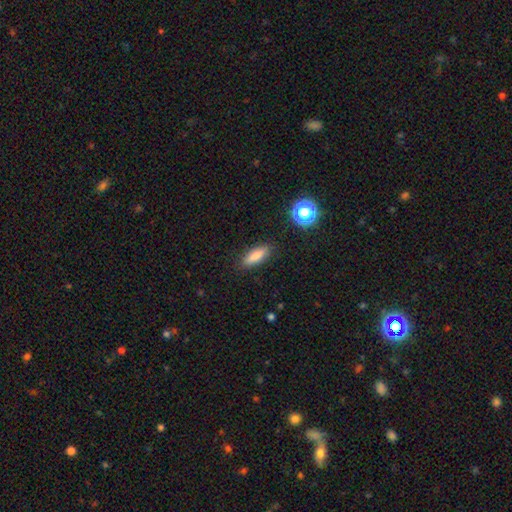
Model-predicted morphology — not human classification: Overall: smooth (78%). How rounded: in between (51%; cigar-shaped 46%). Merging: none (88%).